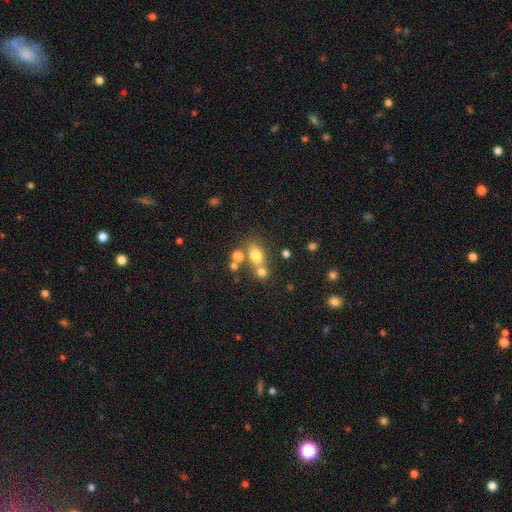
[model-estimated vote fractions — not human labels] This is likely a smooth galaxy (74%). How rounded: likely in between (68%). Merging: possibly none (49%).